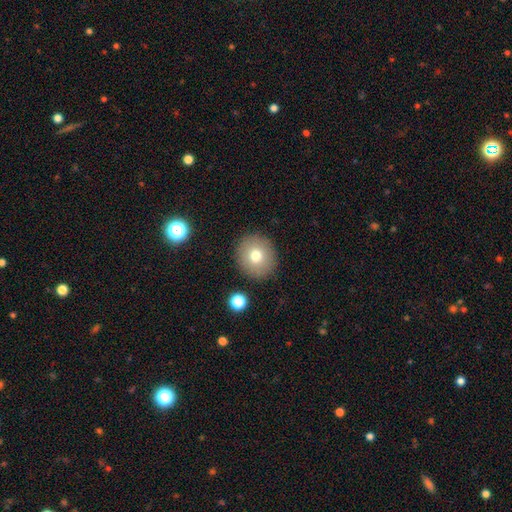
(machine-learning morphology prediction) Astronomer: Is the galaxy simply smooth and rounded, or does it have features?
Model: smooth — 76%.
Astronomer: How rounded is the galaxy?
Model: round — 86%.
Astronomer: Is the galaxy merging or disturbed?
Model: none — 89%.